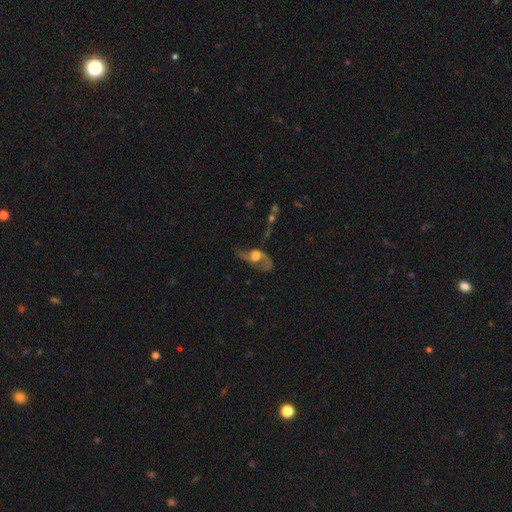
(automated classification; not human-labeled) Morphology: type=featured or disk (65%); edge-on=no (88%); bar=no (70%); spiral arms=yes (76%); bulge=moderate (42%); merging=none (40%).